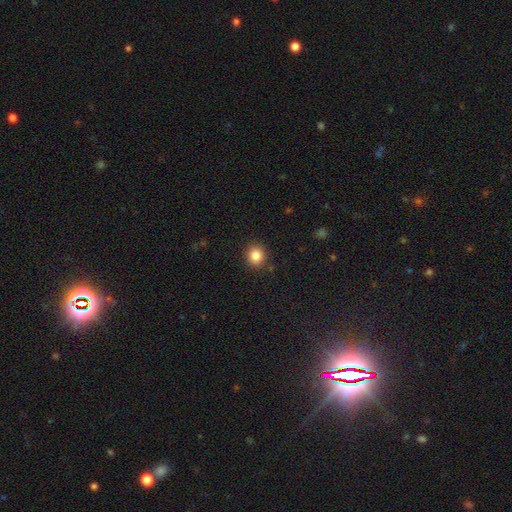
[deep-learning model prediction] Overall: smooth (85%). How rounded: round (85%). Merging: none (90%).